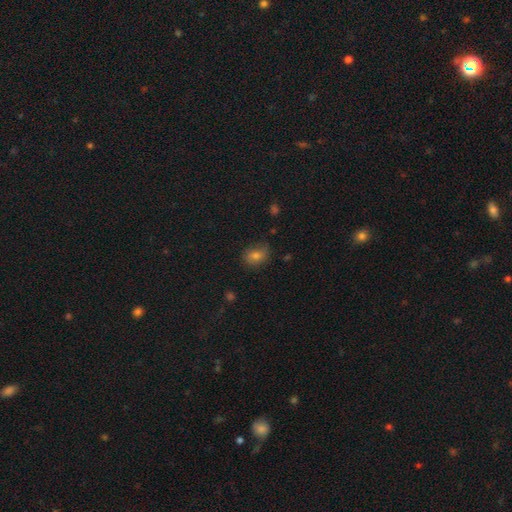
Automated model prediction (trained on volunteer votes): A smooth galaxy with no disk features (69%) that is in between round and cigar-shaped (58%).

Vote fractions:
- Smooth or featured? smooth: 69% / star or artifact: 16% / featured or disk: 15%
- How rounded? in between: 58% / round: 40% / cigar-shaped: 1%
- Merging? none: 70% / minor disturbance: 23% / major disturbance: 6% / merger: 2%